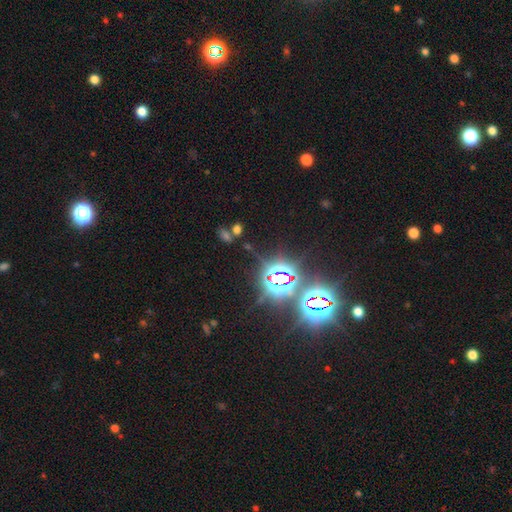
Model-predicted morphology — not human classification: smooth_or_featured: star or artifact (p=0.81) [alt: smooth p=0.13]